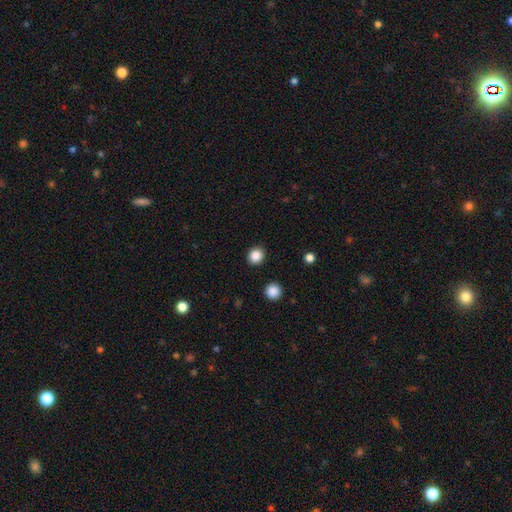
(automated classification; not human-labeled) Q: Smooth or featured?
A: smooth (86%); runner-up: star or artifact (11%)
Q: How rounded?
A: round (85%); runner-up: in between (15%)
Q: Merging?
A: none (90%); runner-up: minor disturbance (6%)